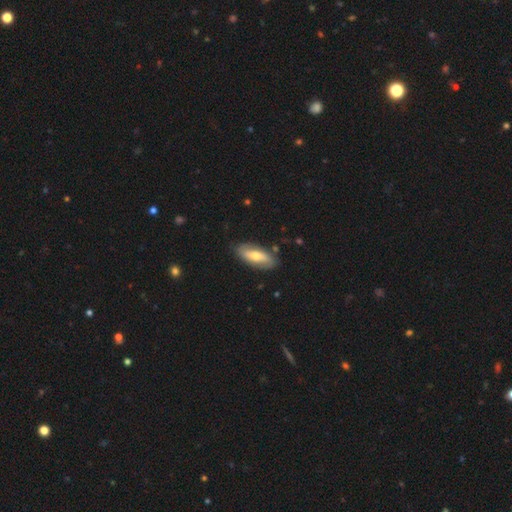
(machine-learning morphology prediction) Overall: smooth (49%; featured or disk 46%). Merging: none (82%).